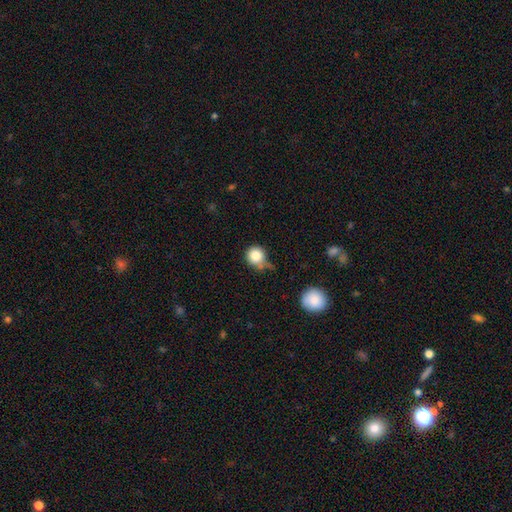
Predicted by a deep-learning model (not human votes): The model was most divided on "merging": none: 56%, minor disturbance: 28%, merger: 9%, major disturbance: 8%. More confident: how rounded — round (90%); smooth or featured — smooth (83%).